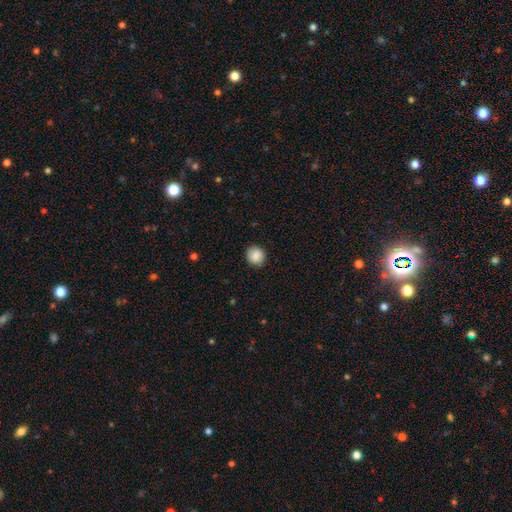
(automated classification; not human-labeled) smooth_or_featured: smooth (p=0.88) [alt: star or artifact p=0.08]
how_rounded: round (p=0.88) [alt: in between p=0.11]
merging: none (p=0.89) [alt: minor disturbance p=0.08]